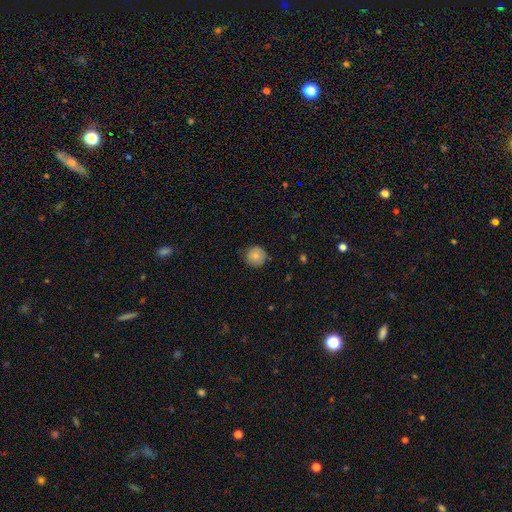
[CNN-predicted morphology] type=smooth (80%); roundness=round (94%); merging=none (78%).